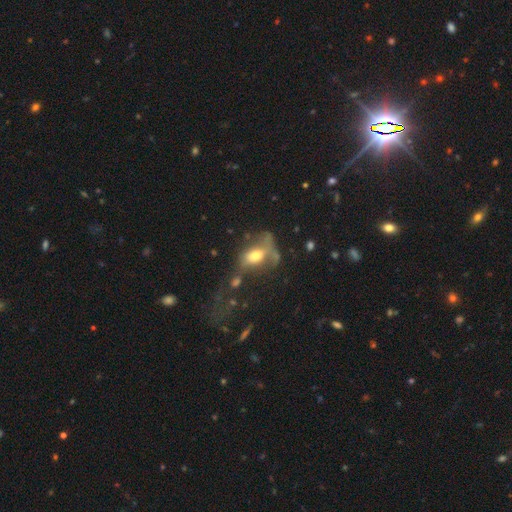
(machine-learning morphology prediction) A smooth galaxy with no disk features (54%) that is in between round and cigar-shaped (79%).

Vote fractions:
- Smooth or featured? smooth: 54% / featured or disk: 34% / star or artifact: 12%
- How rounded? in between: 79% / round: 15% / cigar-shaped: 6%
- Merging? major disturbance: 44% / none: 23% / minor disturbance: 19% / merger: 14%